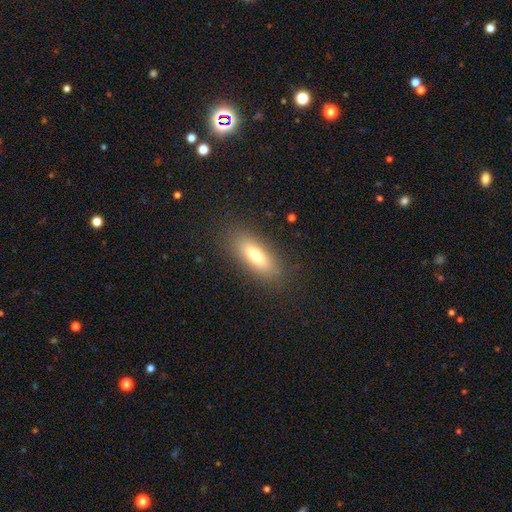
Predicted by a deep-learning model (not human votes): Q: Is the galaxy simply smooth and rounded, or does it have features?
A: smooth — 71%.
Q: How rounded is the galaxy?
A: in between — 65%.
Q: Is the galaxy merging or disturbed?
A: none — 85%.